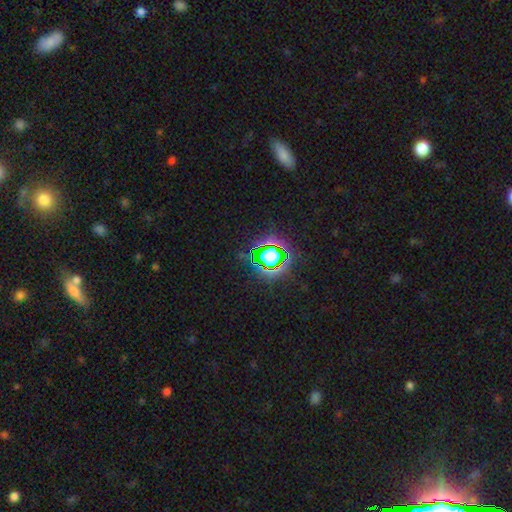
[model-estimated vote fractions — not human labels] smooth_or_featured: star or artifact (p=0.76) [alt: smooth p=0.15]